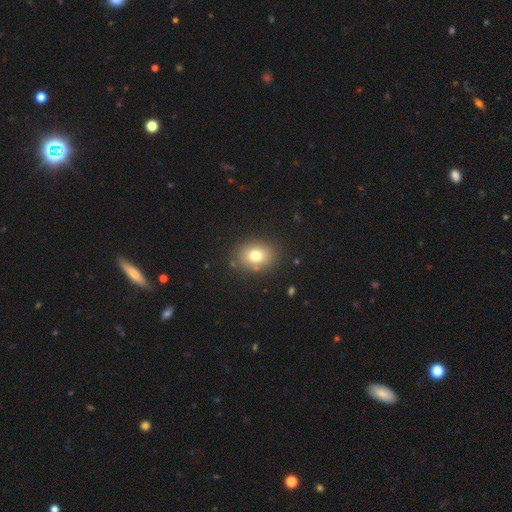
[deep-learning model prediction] Smooth or featured? smooth (76%)
How rounded? in between (53%)
Merging? none (85%)